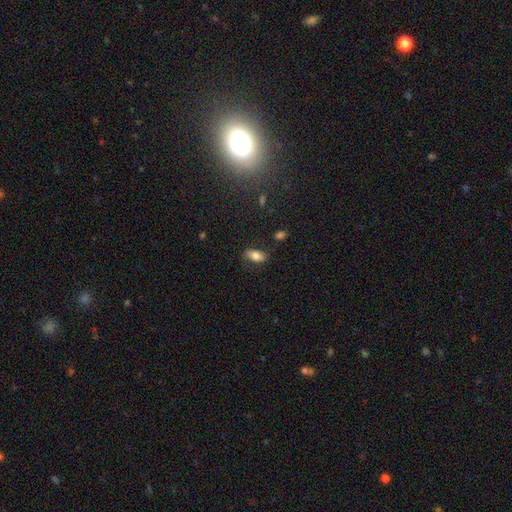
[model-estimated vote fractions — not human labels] smooth-or-featured: smooth: 74% | featured or disk: 18% | star or artifact: 8%
  how-rounded: in between: 86% | cigar-shaped: 9% | round: 5%
  merging: none: 75% | minor disturbance: 17% | major disturbance: 5% | merger: 2%